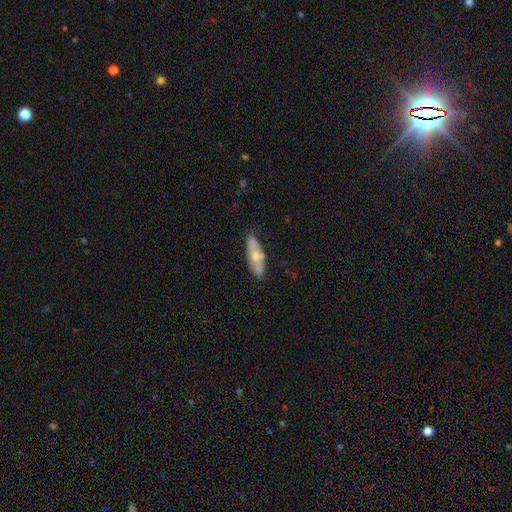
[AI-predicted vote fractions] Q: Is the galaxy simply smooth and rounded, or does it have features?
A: smooth — 50%.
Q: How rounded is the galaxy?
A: cigar-shaped — 50%.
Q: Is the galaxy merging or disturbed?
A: none — 79%.